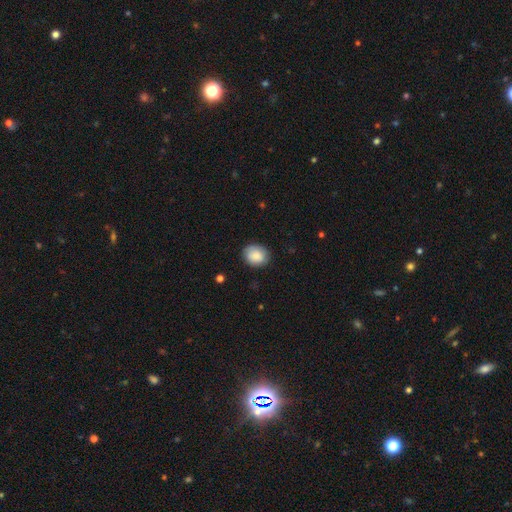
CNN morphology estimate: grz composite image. It shows a smooth galaxy with no disk features (87%) that is round (57%). Merging: none (83%).